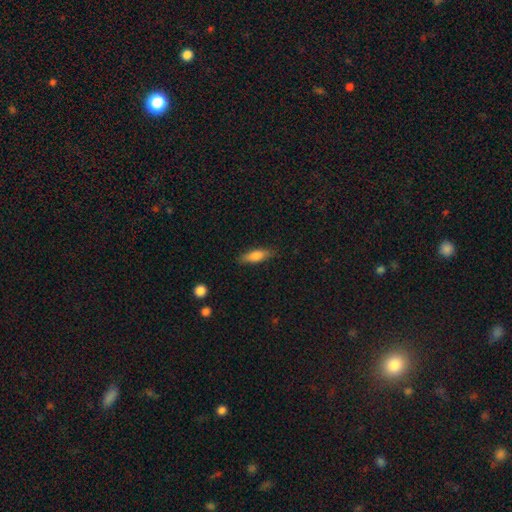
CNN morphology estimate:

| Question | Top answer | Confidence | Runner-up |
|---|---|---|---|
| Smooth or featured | smooth | 78% | featured or disk (15%) |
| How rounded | in between | 54% | cigar-shaped (44%) |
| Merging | none | 83% | minor disturbance (13%) |